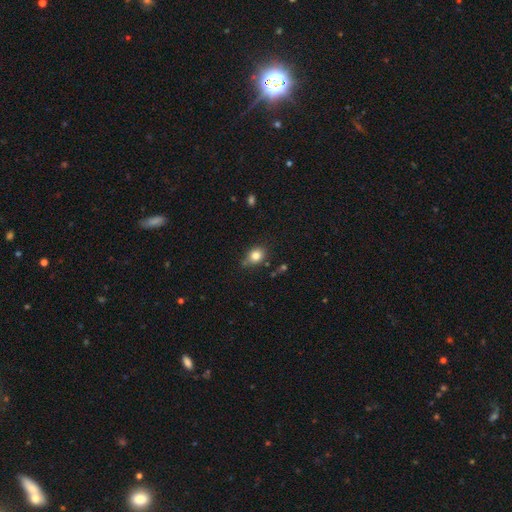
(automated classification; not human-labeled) smooth 81%, star or artifact 11%, featured or disk 8%. Down the decision tree: how rounded — round (54%); merging — none (68%).